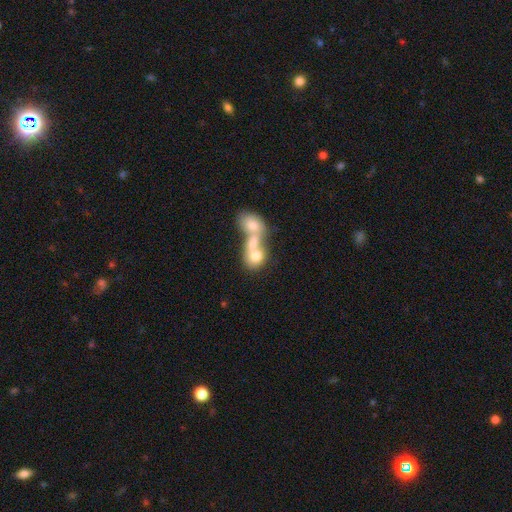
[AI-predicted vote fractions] Overall: smooth (71%). How rounded: in between (54%; round 44%). Merging: merger (76%).